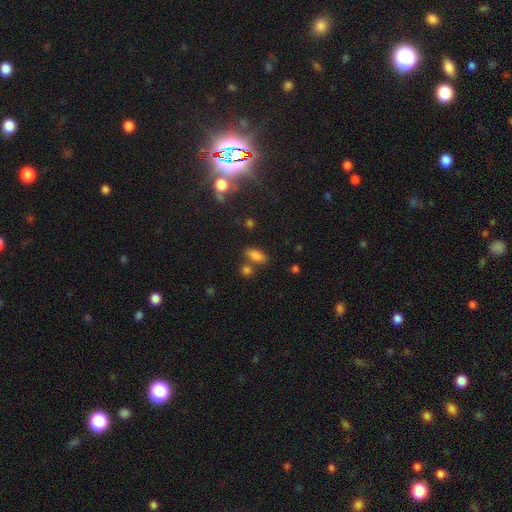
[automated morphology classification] type=smooth (78%); roundness=in between (82%); merging=none (68%).